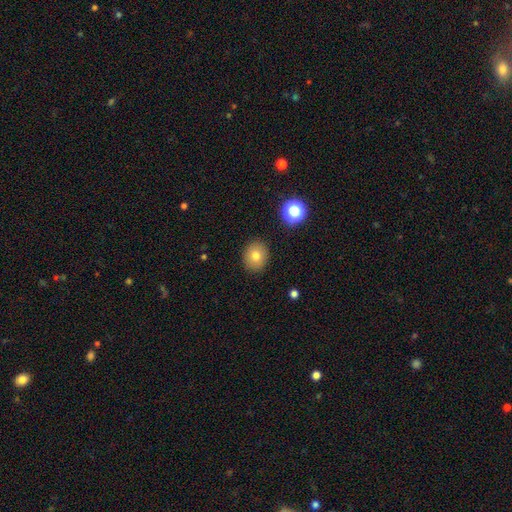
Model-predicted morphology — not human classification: A smooth galaxy with no disk features (77%) that is round (67%).

Vote fractions:
- Smooth or featured? smooth: 77% / star or artifact: 12% / featured or disk: 12%
- How rounded? round: 67% / in between: 32% / cigar-shaped: 1%
- Merging? none: 89% / minor disturbance: 8% / major disturbance: 2% / merger: 1%